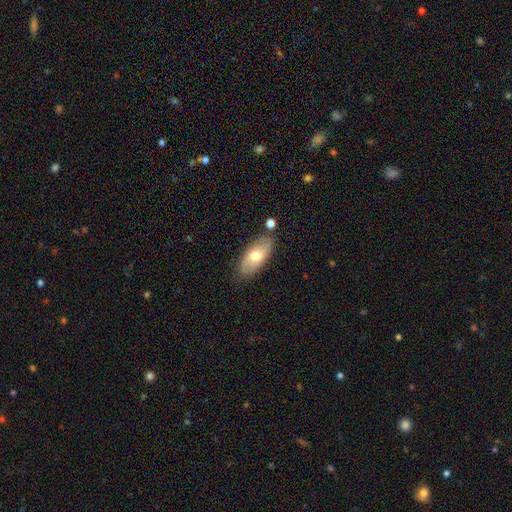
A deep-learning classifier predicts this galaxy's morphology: type=smooth (64%); roundness=in between (89%); merging=none (79%).